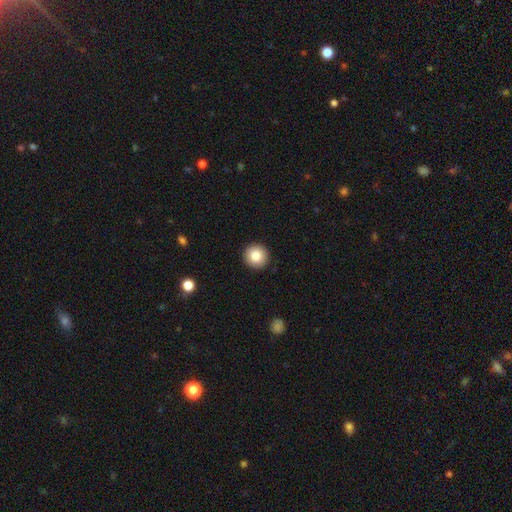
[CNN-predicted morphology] Overall: smooth (85%). How rounded: round (95%). Merging: none (93%).